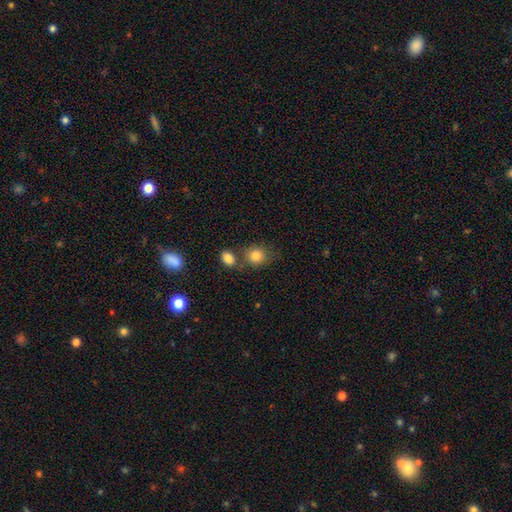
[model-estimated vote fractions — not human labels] This appears to be a smooth galaxy with no disk features (84%) that is round (73%). Merging: none (59%).